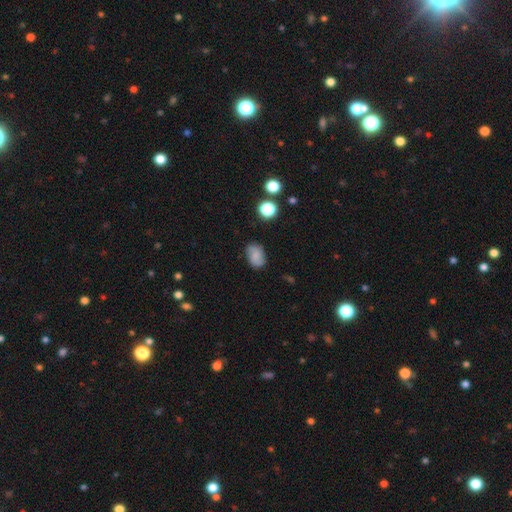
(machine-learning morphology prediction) type=smooth (68%); roundness=in between (79%); merging=none (74%).